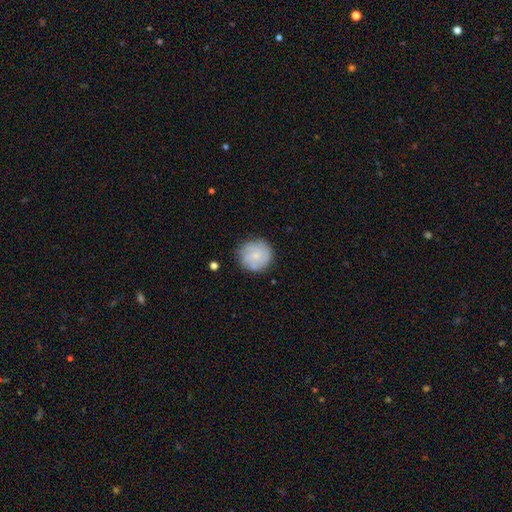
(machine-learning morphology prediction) Smooth or featured? featured or disk (53%)
Edge-on disk? no (98%)
Bar? no (80%)
Spiral arms? yes (86%)
Bulge size? small (74%)
Merging? none (81%)